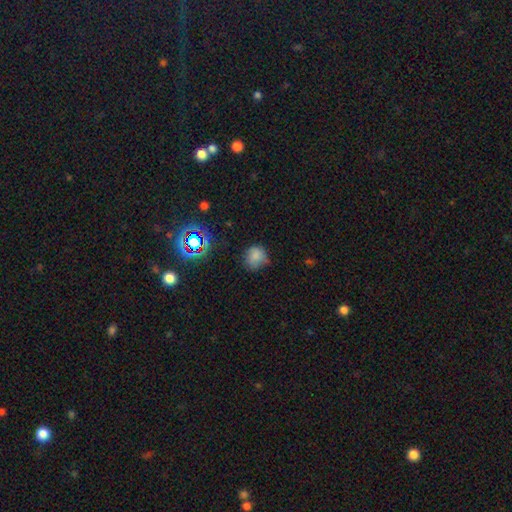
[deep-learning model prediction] Q: Smooth or featured?
A: smooth (73%); runner-up: star or artifact (17%)
Q: How rounded?
A: round (80%); runner-up: in between (19%)
Q: Merging?
A: none (59%); runner-up: minor disturbance (30%)